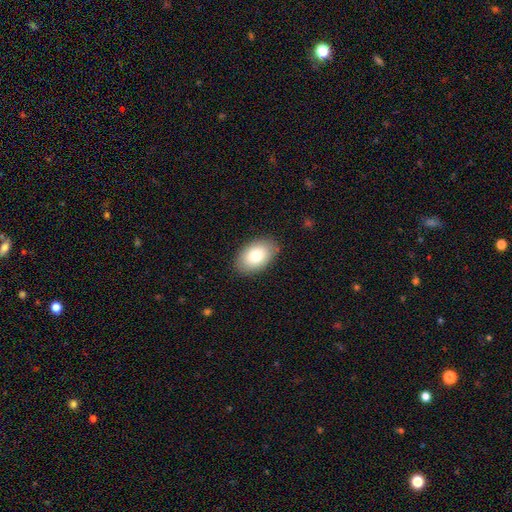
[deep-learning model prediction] The model was most divided on "smooth or featured": smooth: 82%, featured or disk: 11%, star or artifact: 7%. More confident: how rounded — in between (91%); merging — none (86%).